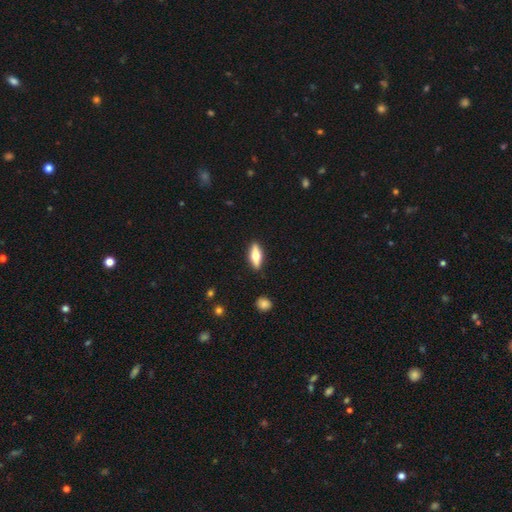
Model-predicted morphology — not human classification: Smooth or featured: smooth — 52% (featured or disk — 42%)
How rounded: in between — 56% (cigar-shaped — 41%)
Merging: none — 89% (minor disturbance — 8%)